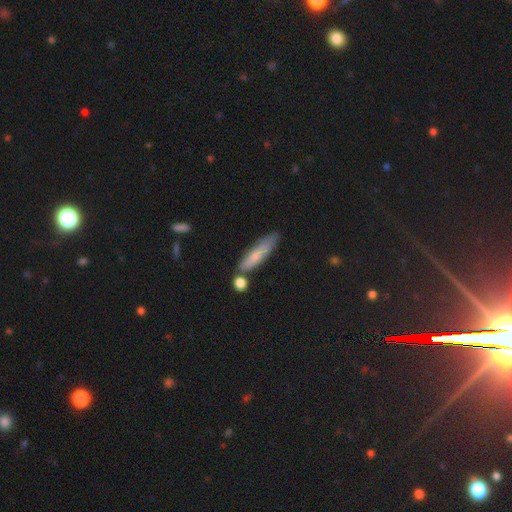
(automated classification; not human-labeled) A smooth galaxy with no disk features (70%) that is cigar-shaped (79%).

Vote fractions:
- Smooth or featured? smooth: 70% / featured or disk: 23% / star or artifact: 7%
- How rounded? cigar-shaped: 79% / in between: 19% / round: 2%
- Merging? none: 61% / minor disturbance: 22% / merger: 11% / major disturbance: 5%